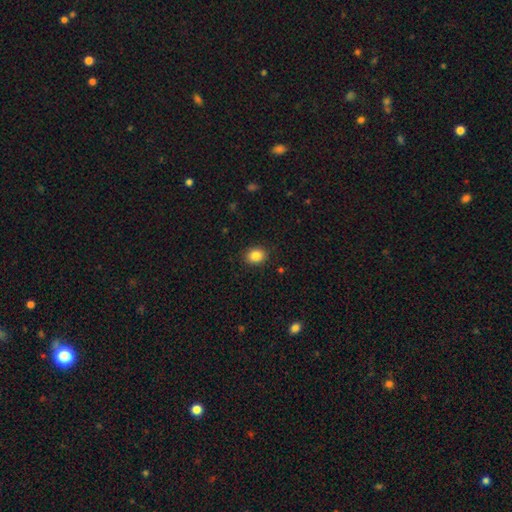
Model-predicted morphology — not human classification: Smooth or featured?
  - smooth: 85% *
  - star or artifact: 9%
  - featured or disk: 5%
How rounded?
  - in between: 50% * (tied)
  - round: 50% * (tied)
  - cigar-shaped: 1%
Merging?
  - none: 88% *
  - minor disturbance: 8%
  - major disturbance: 2%
  - merger: 1%